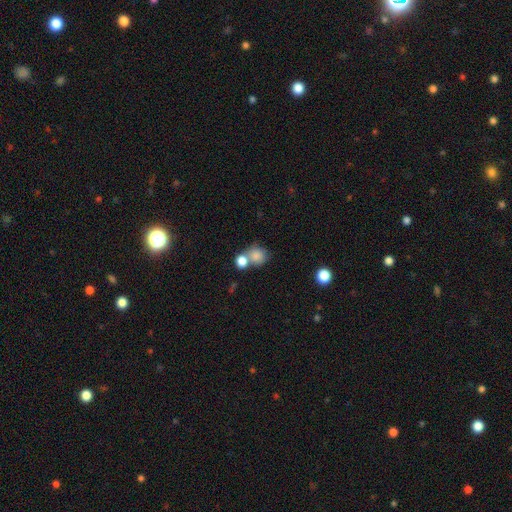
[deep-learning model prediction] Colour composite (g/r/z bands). It shows a smooth galaxy with no disk features (82%) that is round (78%). Merging: none (43%).